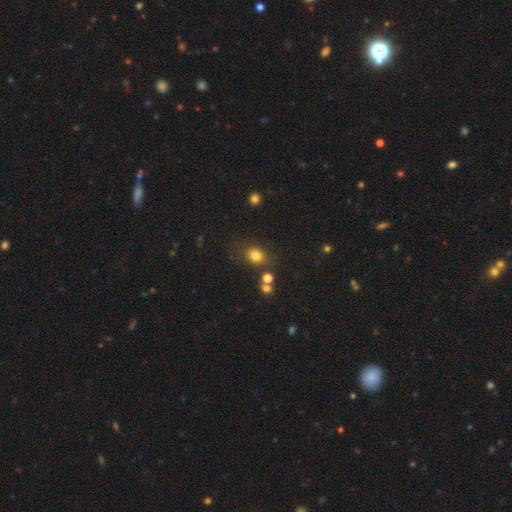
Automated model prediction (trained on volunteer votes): This is clearly a smooth galaxy (80%). How rounded: possibly round (52%). Merging: likely none (74%).